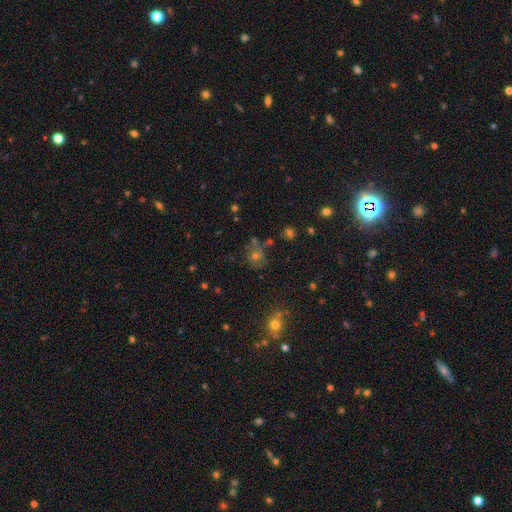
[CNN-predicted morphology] Smooth or featured: smooth — 51% (star or artifact — 36%)
How rounded: round — 79% (in between — 20%)
Merging: none — 68% (minor disturbance — 15%)